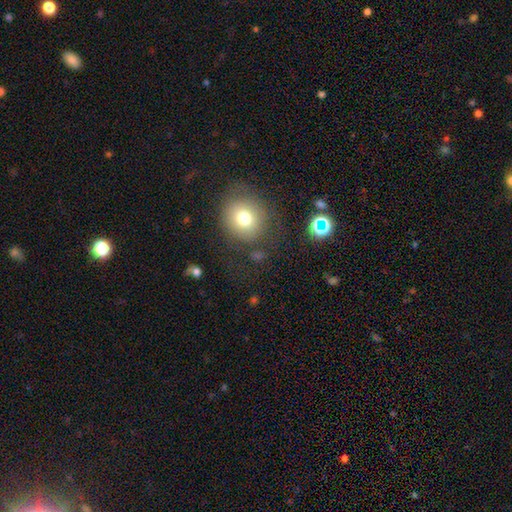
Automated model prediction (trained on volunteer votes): Smooth or featured?
  - smooth: 62% *
  - star or artifact: 22%
  - featured or disk: 15%
How rounded?
  - round: 83% *
  - in between: 16%
  - cigar-shaped: 1%
Merging?
  - none: 76% *
  - minor disturbance: 14%
  - major disturbance: 8%
  - merger: 3%